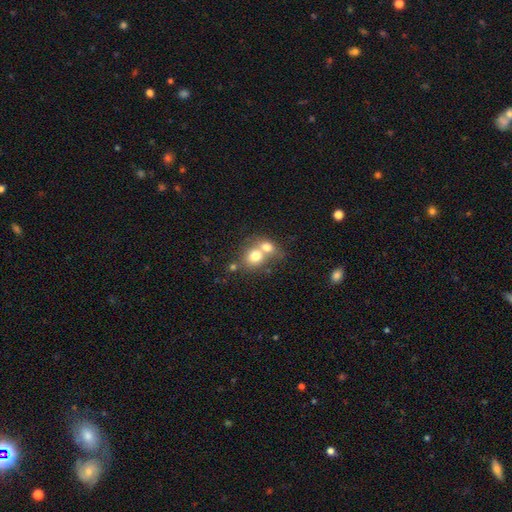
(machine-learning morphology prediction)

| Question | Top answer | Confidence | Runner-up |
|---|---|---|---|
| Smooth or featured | smooth | 73% | featured or disk (17%) |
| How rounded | round | 66% | in between (33%) |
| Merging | merger | 66% | none (25%) |